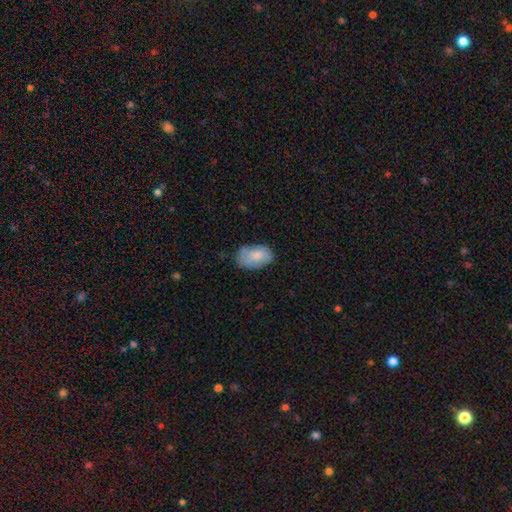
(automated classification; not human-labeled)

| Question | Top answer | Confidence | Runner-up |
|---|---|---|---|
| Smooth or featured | smooth | 75% | featured or disk (18%) |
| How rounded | in between | 91% | round (8%) |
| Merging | none | 64% | minor disturbance (27%) |